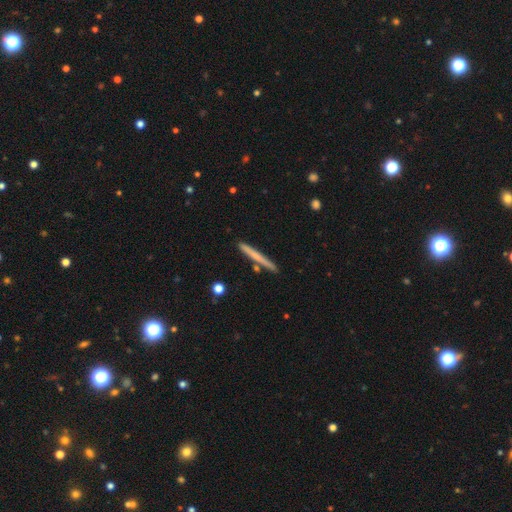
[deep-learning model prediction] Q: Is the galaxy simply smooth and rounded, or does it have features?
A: smooth — 59%.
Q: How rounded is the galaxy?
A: cigar-shaped — 97%.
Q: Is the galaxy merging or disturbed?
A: none — 88%.